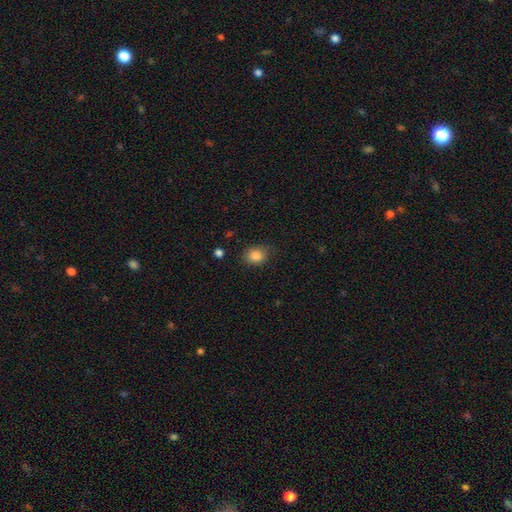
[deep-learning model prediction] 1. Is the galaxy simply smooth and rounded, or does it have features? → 85% smooth, 10% star or artifact, 5% featured or disk.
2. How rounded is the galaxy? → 51% in between, 48% round, 1% cigar-shaped.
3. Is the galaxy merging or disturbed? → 81% none, 14% minor disturbance, 3% major disturbance, 1% merger.